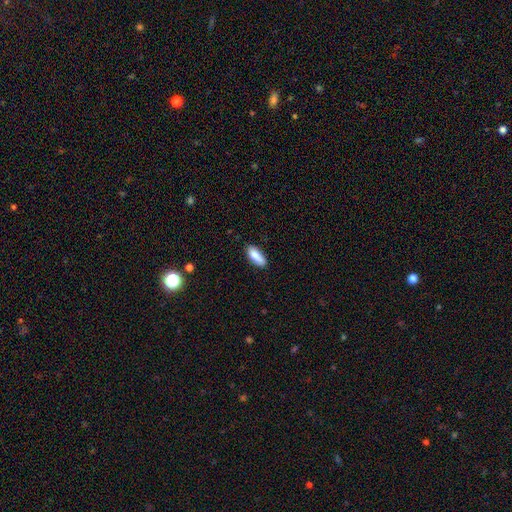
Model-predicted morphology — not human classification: Overall: smooth (86%). How rounded: in between (69%). Merging: none (78%).